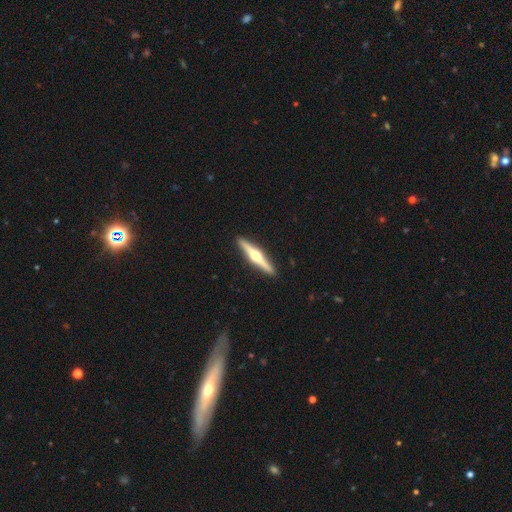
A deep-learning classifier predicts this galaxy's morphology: A featured or disk galaxy (77%) viewed edge-on (98%) with a rounded central bulge (95%). Merging: none (92%).